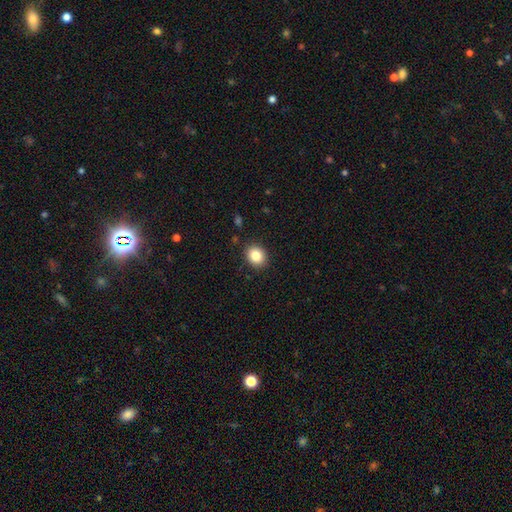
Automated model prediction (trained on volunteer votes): smooth 84%, star or artifact 9%, featured or disk 6%. Down the decision tree: how rounded — round (58%); merging — none (89%).